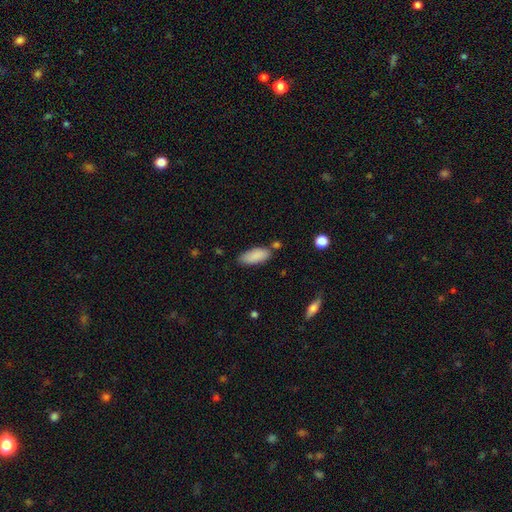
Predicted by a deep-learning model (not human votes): This appears to be a smooth galaxy with no disk features (88%) that is in between round and cigar-shaped (81%). Merging: none (72%).